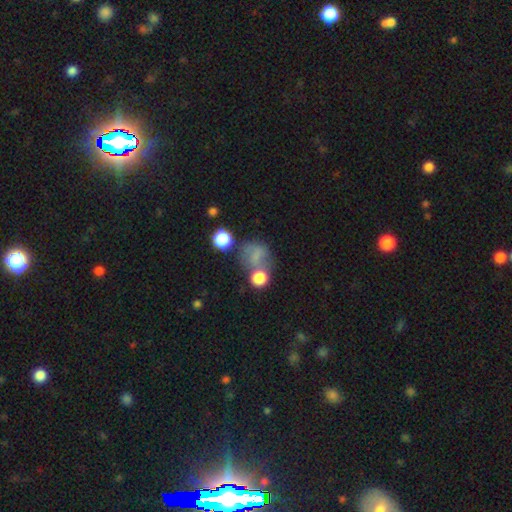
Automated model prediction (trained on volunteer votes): smooth_or_featured: smooth (p=0.65) [alt: star or artifact p=0.18]
how_rounded: round (p=0.71) [alt: in between p=0.28]
merging: none (p=0.38) [alt: merger p=0.25]